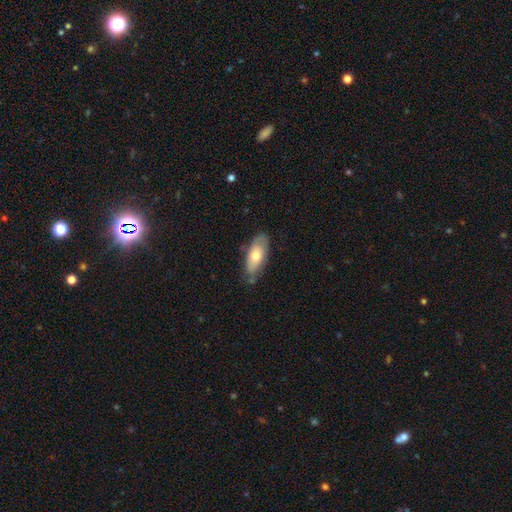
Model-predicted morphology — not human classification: Smooth or featured? smooth (60%)
How rounded? in between (82%)
Merging? none (70%)